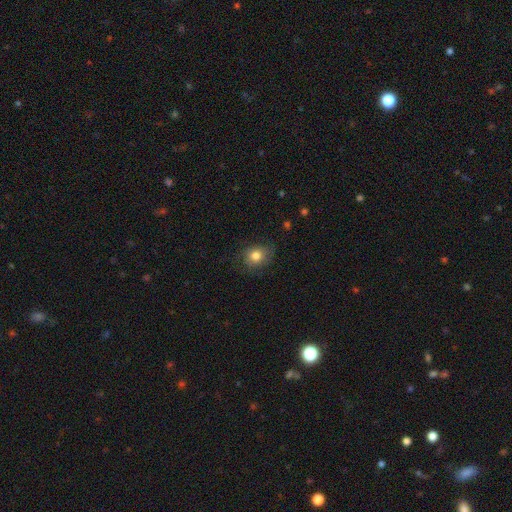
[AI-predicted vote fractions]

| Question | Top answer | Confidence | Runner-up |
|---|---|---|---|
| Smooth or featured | smooth | 78% | featured or disk (12%) |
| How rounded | round | 55% | in between (44%) |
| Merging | none | 71% | minor disturbance (21%) |